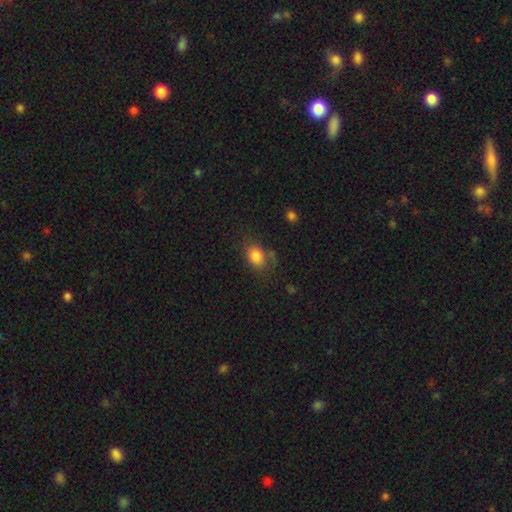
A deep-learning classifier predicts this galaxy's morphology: type=smooth (82%); roundness=in between (65%); merging=none (68%).